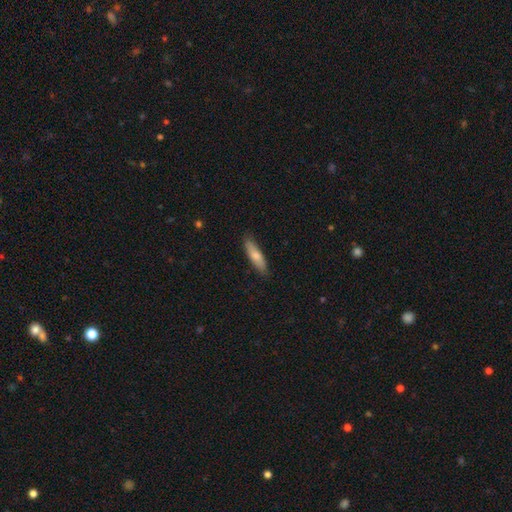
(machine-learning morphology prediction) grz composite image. It shows a smooth galaxy with no disk features (73%) that is cigar-shaped (68%). Merging: none (85%).